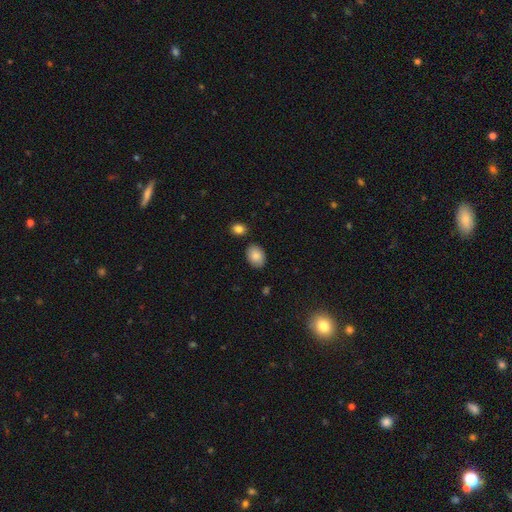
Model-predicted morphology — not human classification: A smooth galaxy with no disk features (85%) that is in between round and cigar-shaped (76%).

Vote fractions:
- Smooth or featured? smooth: 85% / star or artifact: 8% / featured or disk: 7%
- How rounded? in between: 76% / round: 23% / cigar-shaped: 1%
- Merging? none: 83% / minor disturbance: 11% / merger: 3% / major disturbance: 2%